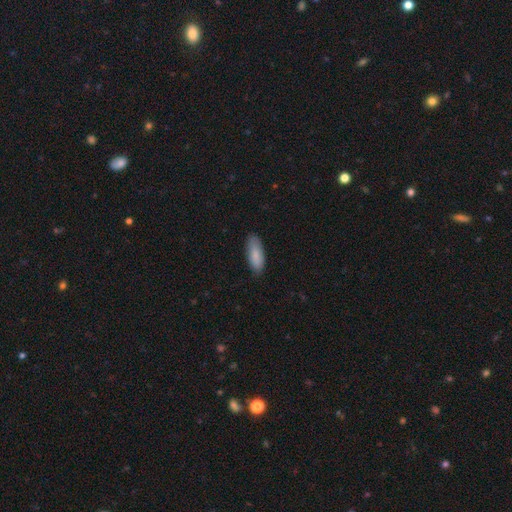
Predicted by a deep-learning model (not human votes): smooth 87%, featured or disk 8%, star or artifact 6%. Down the decision tree: how rounded — in between (75%); merging — none (83%).